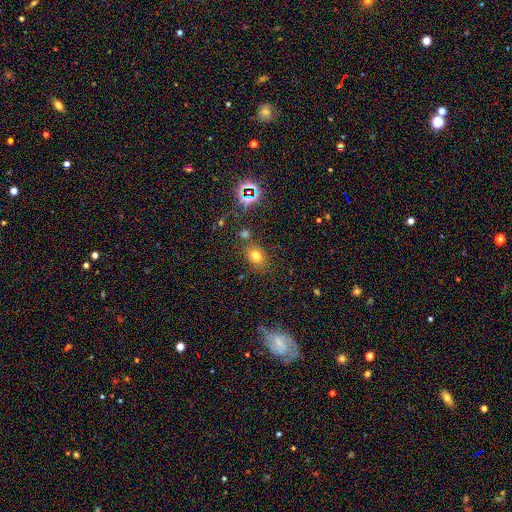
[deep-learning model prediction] A smooth galaxy with no disk features (66%) that is in between round and cigar-shaped (54%).

Vote fractions:
- Smooth or featured? smooth: 66% / star or artifact: 24% / featured or disk: 10%
- How rounded? in between: 54% / round: 45% / cigar-shaped: 1%
- Merging? none: 74% / minor disturbance: 12% / merger: 9% / major disturbance: 5%